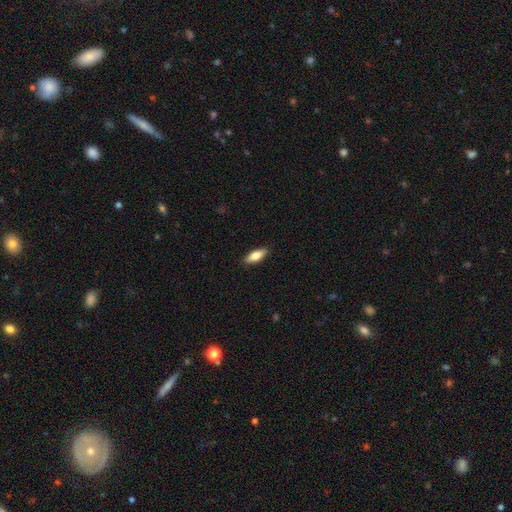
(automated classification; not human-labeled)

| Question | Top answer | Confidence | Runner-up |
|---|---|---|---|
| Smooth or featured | smooth | 76% | featured or disk (18%) |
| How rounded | in between | 69% | cigar-shaped (29%) |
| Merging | none | 89% | minor disturbance (8%) |